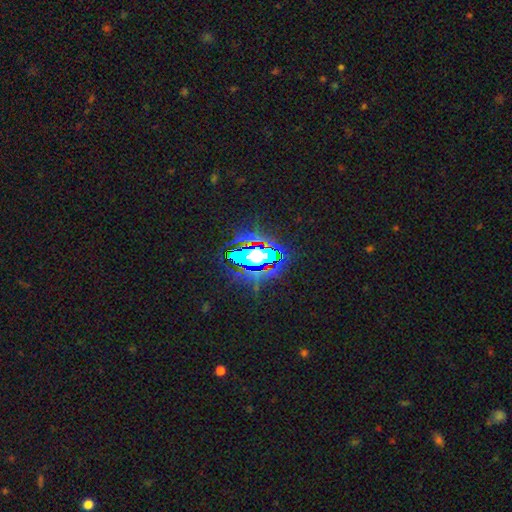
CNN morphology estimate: This is likely a star or artifact rather than a galaxy (61%).